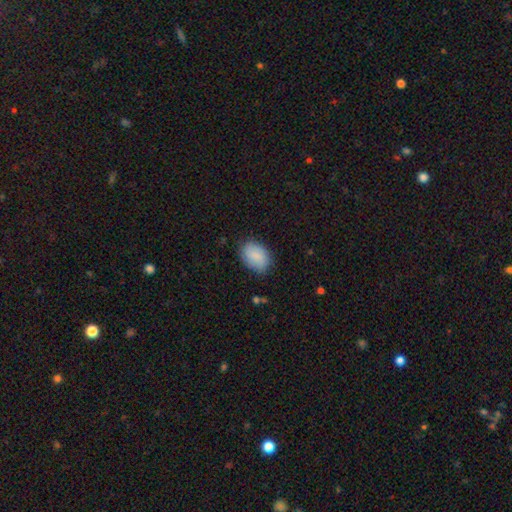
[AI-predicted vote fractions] Smooth or featured?
  - smooth: 79% *
  - featured or disk: 14%
  - star or artifact: 7%
How rounded?
  - in between: 81% *
  - round: 18%
  - cigar-shaped: 1%
Merging?
  - none: 80% *
  - minor disturbance: 15%
  - major disturbance: 3%
  - merger: 1%